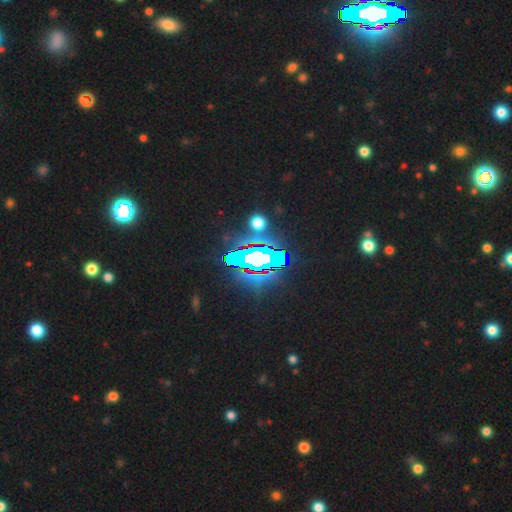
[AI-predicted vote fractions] The model was most divided on "smooth or featured": star or artifact: 84%, smooth: 9%, featured or disk: 7%.